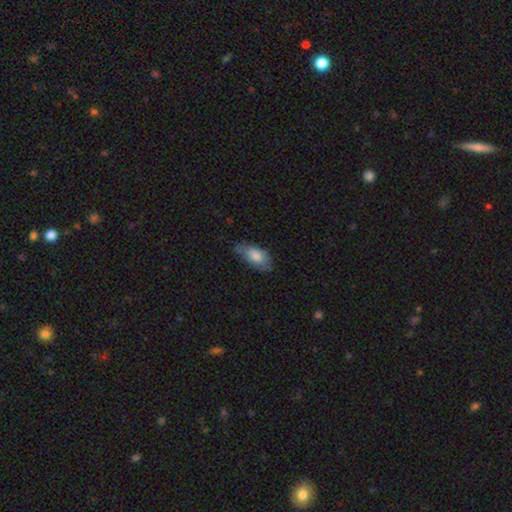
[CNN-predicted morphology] This is likely a smooth galaxy (77%). How rounded: clearly in between (90%). Merging: possibly none (56%).